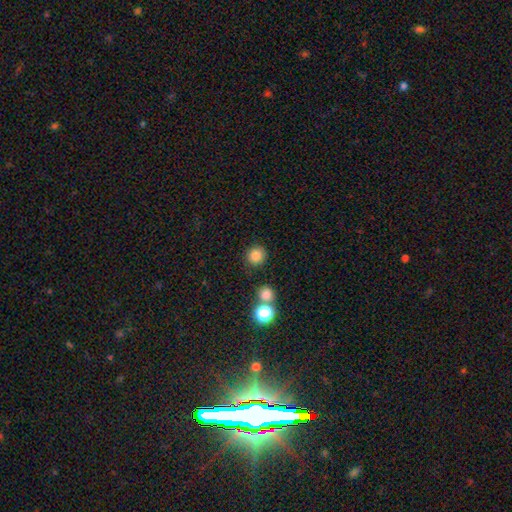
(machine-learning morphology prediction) smooth-or-featured: smooth: 83% | star or artifact: 13% | featured or disk: 4%
  how-rounded: round: 91% | in between: 8% | cigar-shaped: 1%
  merging: none: 84% | minor disturbance: 7% | merger: 7% | major disturbance: 3%